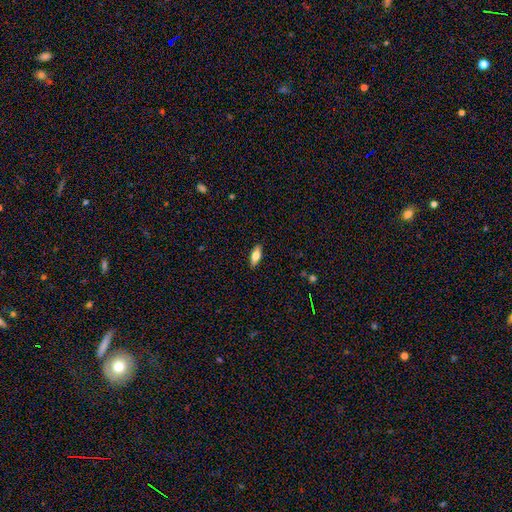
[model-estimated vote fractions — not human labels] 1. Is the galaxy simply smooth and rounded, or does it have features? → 73% smooth, 20% featured or disk, 7% star or artifact.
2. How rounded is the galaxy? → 74% in between, 23% cigar-shaped, 3% round.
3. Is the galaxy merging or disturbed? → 88% none, 9% minor disturbance, 2% major disturbance, 1% merger.